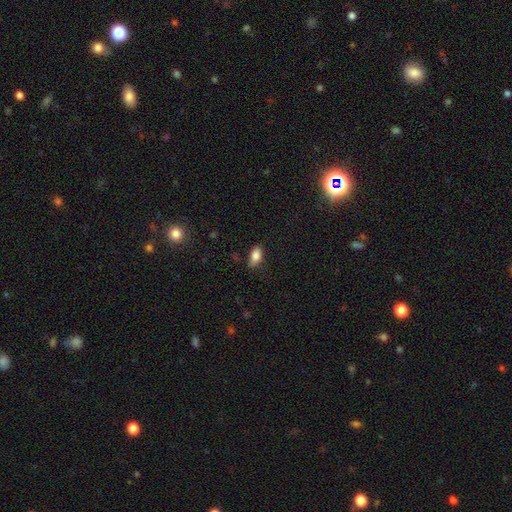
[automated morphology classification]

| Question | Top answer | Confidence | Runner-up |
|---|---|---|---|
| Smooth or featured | smooth | 84% | star or artifact (9%) |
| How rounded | in between | 89% | round (6%) |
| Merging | none | 67% | minor disturbance (26%) |